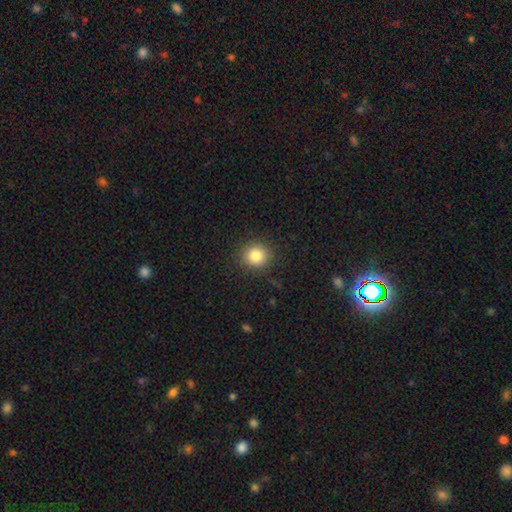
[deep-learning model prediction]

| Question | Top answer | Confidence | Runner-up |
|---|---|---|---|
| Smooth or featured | smooth | 84% | star or artifact (11%) |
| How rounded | round | 87% | in between (12%) |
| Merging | none | 89% | minor disturbance (7%) |